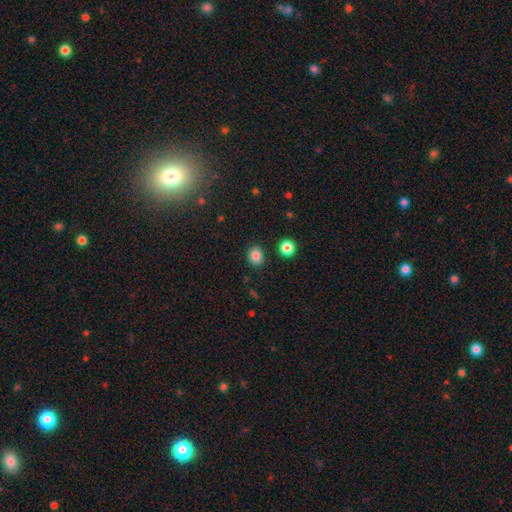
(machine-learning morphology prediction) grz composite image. It shows a smooth galaxy with no disk features (85%) that is round (66%). Merging: none (87%).